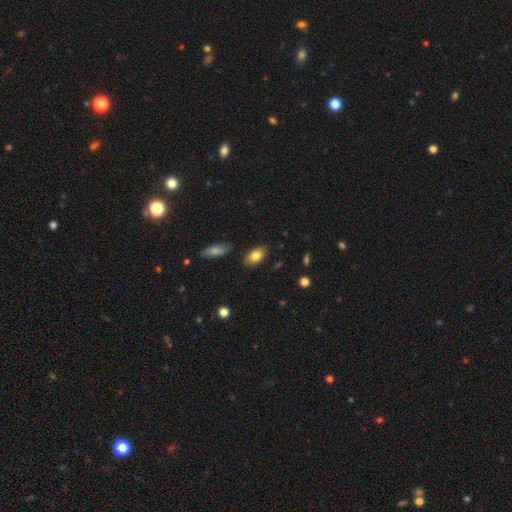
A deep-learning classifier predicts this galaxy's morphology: type=smooth (82%); roundness=in between (90%); merging=none (84%).